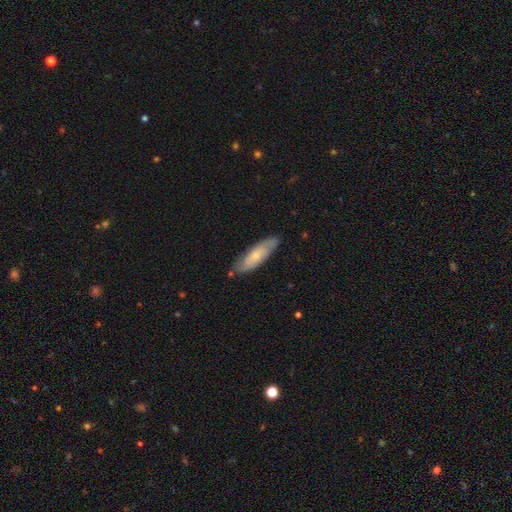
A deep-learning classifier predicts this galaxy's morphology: A smooth galaxy with no disk features (53%) that is cigar-shaped (53%). Merging: none (79%).